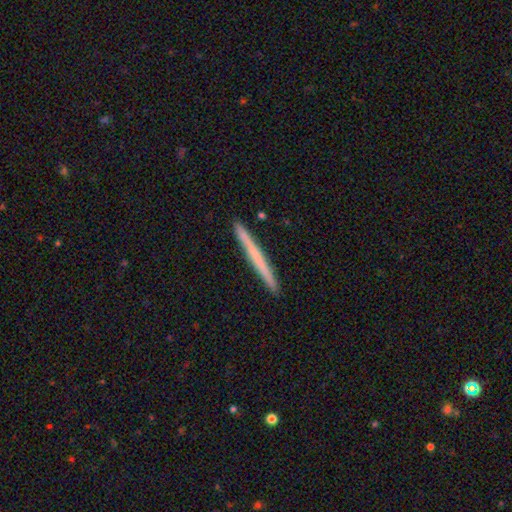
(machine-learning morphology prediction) This appears to be a smooth galaxy with no disk features (51%) that is cigar-shaped (97%). Merging: none (93%).